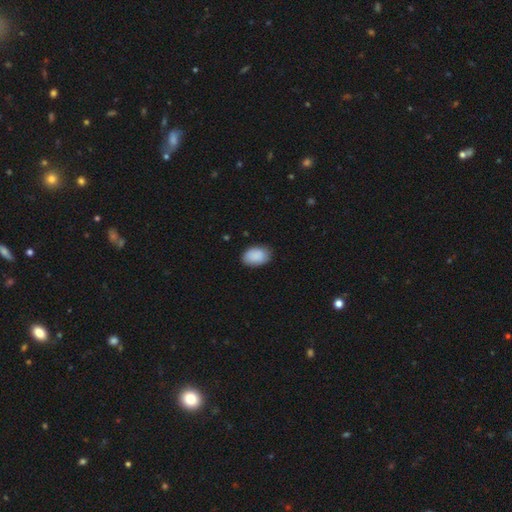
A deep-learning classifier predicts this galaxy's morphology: A smooth galaxy with no disk features (89%) that is in between round and cigar-shaped (87%). Merging: none (80%).